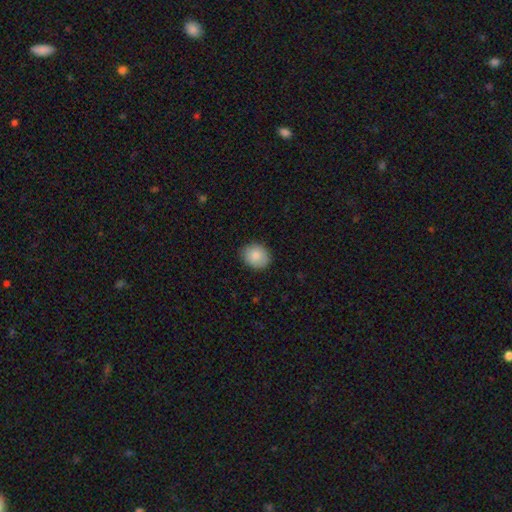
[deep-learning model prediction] A smooth galaxy with no disk features (86%) that is round (59%).

Vote fractions:
- Smooth or featured? smooth: 86% / star or artifact: 7% / featured or disk: 7%
- How rounded? round: 59% / in between: 40% / cigar-shaped: 1%
- Merging? none: 84% / minor disturbance: 13% / major disturbance: 2% / merger: 1%